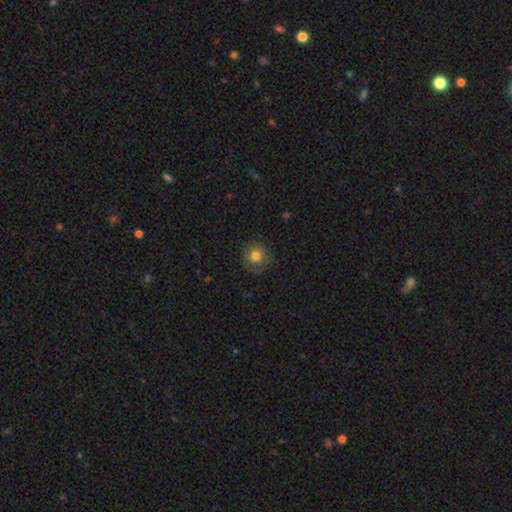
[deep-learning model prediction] Smooth or featured: smooth — 77% (featured or disk — 12%)
How rounded: round — 92% (in between — 7%)
Merging: none — 81% (minor disturbance — 13%)